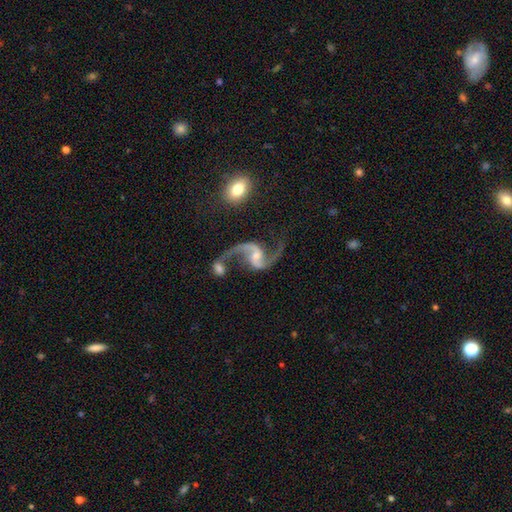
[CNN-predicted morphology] Q: Smooth or featured?
A: featured or disk (93%); runner-up: star or artifact (4%)
Q: Edge-on disk?
A: no (98%); runner-up: yes (2%)
Q: Bar?
A: weak (42%); runner-up: no (39%)
Q: Spiral arms?
A: yes (98%); runner-up: no (2%)
Q: Spiral winding?
A: loose (77%); runner-up: medium (19%)
Q: Spiral arm count?
A: 2 (94%); runner-up: 1 (2%)
Q: Bulge size?
A: small (51%); runner-up: moderate (39%)
Q: Merging?
A: none (57%); runner-up: minor disturbance (16%)